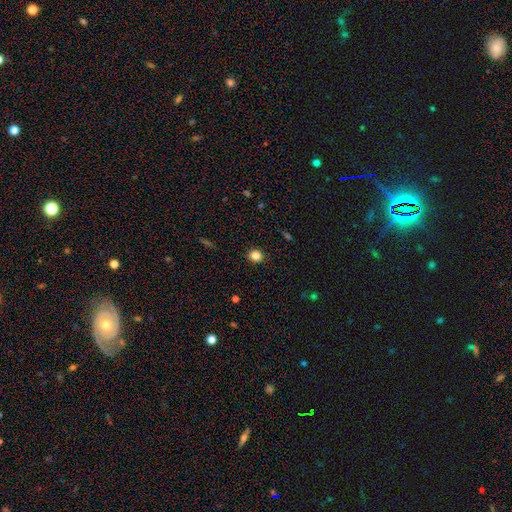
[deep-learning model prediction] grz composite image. It shows a smooth galaxy with no disk features (83%) that is round (75%). Merging: none (90%).